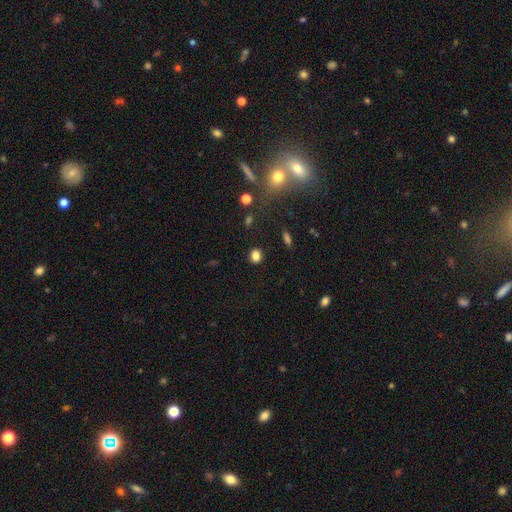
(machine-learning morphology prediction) smooth-or-featured: smooth: 82% | star or artifact: 13% | featured or disk: 5%
  how-rounded: round: 54% | in between: 44% | cigar-shaped: 2%
  merging: none: 87% | minor disturbance: 8% | major disturbance: 3% | merger: 2%